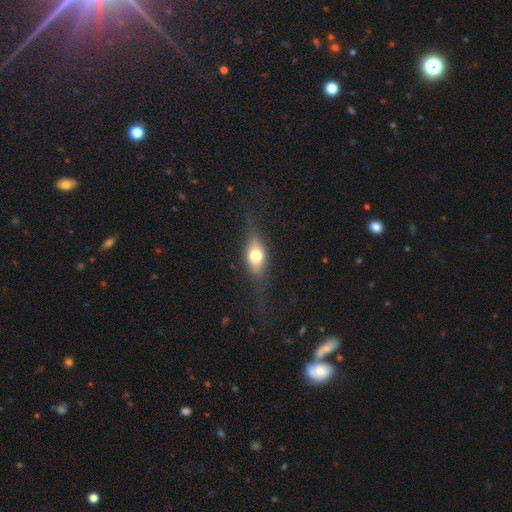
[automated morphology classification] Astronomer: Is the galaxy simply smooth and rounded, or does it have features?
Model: smooth — 57% (runner-up: featured or disk, 34%).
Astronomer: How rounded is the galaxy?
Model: in between — 69%.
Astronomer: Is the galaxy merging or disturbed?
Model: none — 72%.